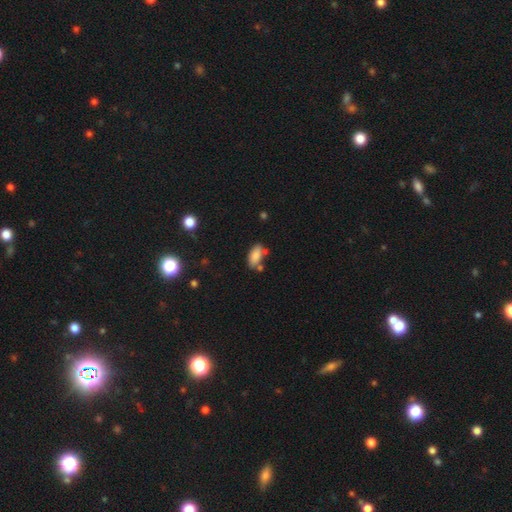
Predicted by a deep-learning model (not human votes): Smooth or featured? Predicted: smooth (p=0.84). How rounded? Predicted: in between (p=0.90). Merging? Predicted: none (p=0.60).